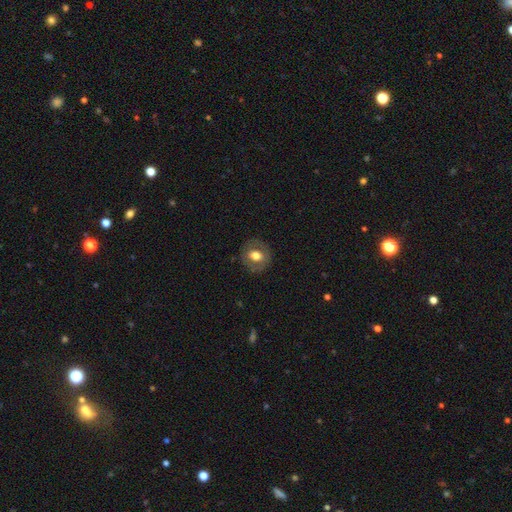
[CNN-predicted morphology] Q: Smooth or featured?
A: smooth (60%); runner-up: featured or disk (32%)
Q: How rounded?
A: round (73%); runner-up: in between (26%)
Q: Merging?
A: none (83%); runner-up: minor disturbance (11%)